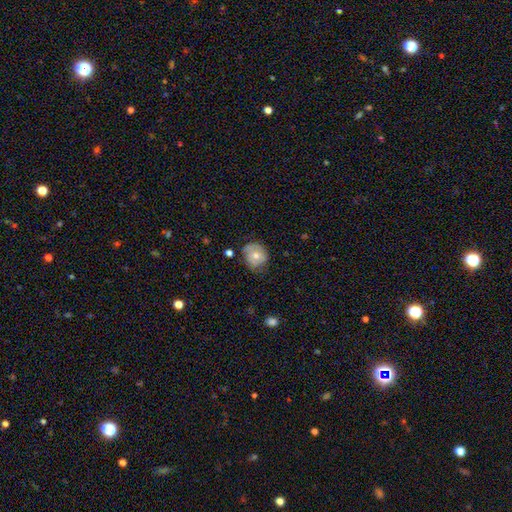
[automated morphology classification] type=smooth (58%); roundness=round (76%); merging=none (64%).